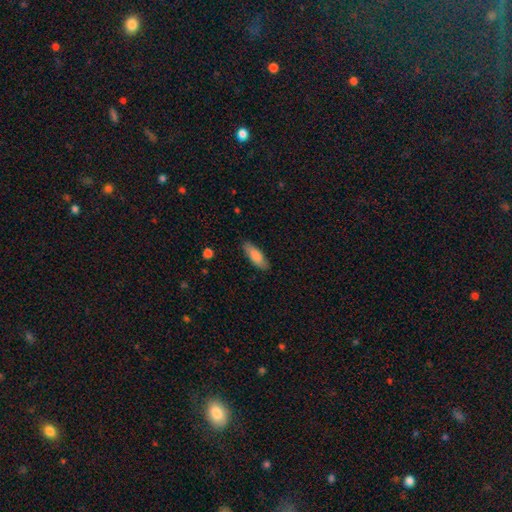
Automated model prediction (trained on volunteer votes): Q: Smooth or featured?
A: smooth (84%); runner-up: featured or disk (10%)
Q: How rounded?
A: in between (62%); runner-up: cigar-shaped (36%)
Q: Merging?
A: none (83%); runner-up: minor disturbance (14%)